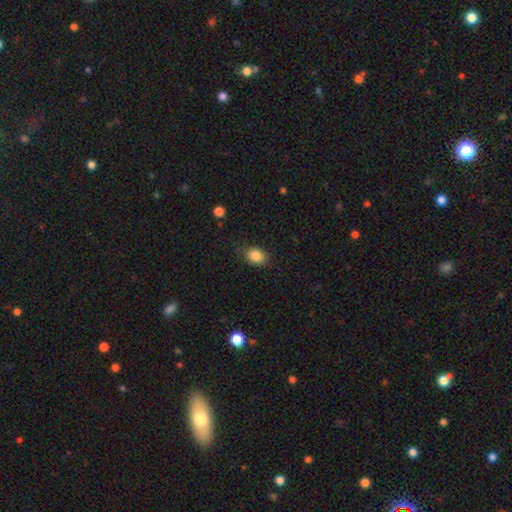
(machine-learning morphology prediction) This appears to be a smooth galaxy with no disk features (86%) that is in between round and cigar-shaped (59%). Merging: none (81%).